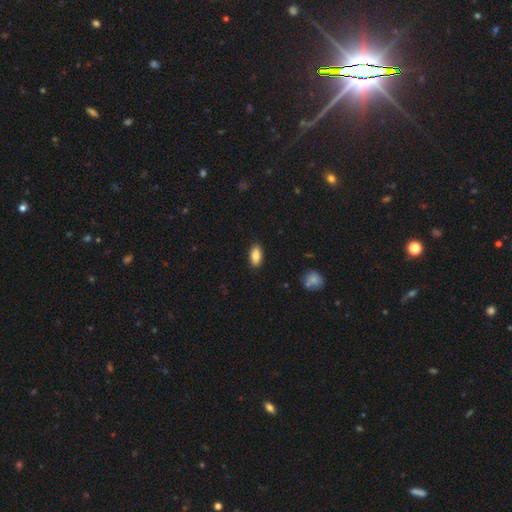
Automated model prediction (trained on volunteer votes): Smooth or featured?
  - smooth: 83% *
  - featured or disk: 10%
  - star or artifact: 7%
How rounded?
  - in between: 90% *
  - cigar-shaped: 7%
  - round: 3%
Merging?
  - none: 89% *
  - minor disturbance: 8%
  - major disturbance: 2%
  - merger: 1%